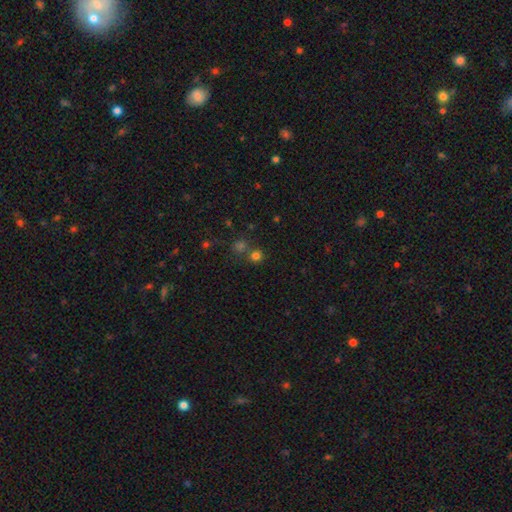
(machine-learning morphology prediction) smooth_or_featured: smooth (p=0.71) [alt: star or artifact p=0.23]
how_rounded: round (p=0.91) [alt: in between p=0.08]
merging: none (p=0.67) [alt: merger p=0.22]